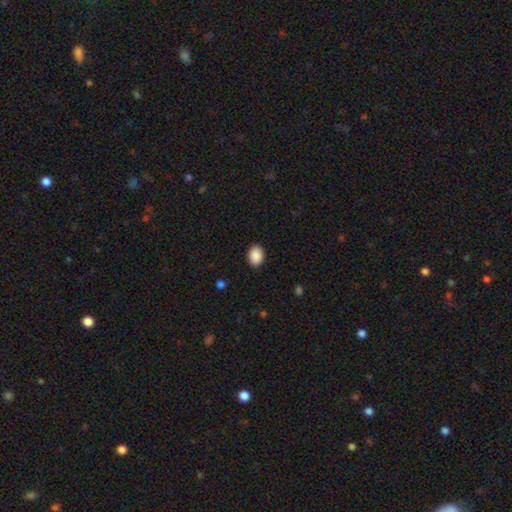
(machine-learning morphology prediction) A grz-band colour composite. It shows a smooth galaxy with no disk features (90%) that is in between round and cigar-shaped (77%). Merging: none (89%).